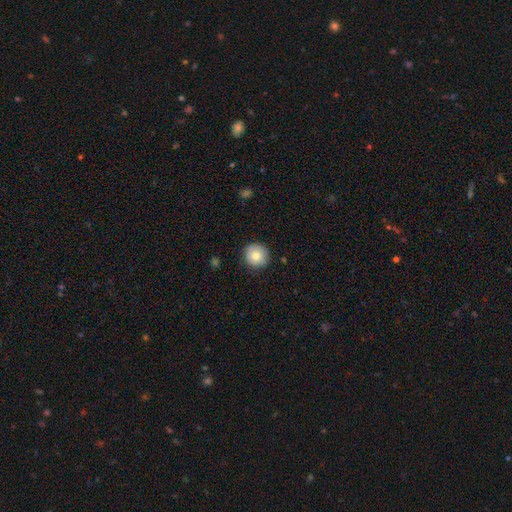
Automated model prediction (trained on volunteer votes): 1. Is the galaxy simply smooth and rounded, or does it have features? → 80% smooth, 12% featured or disk, 8% star or artifact.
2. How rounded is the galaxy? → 94% round, 5% in between, 1% cigar-shaped.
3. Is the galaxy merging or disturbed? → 88% none, 9% minor disturbance, 2% major disturbance, 1% merger.